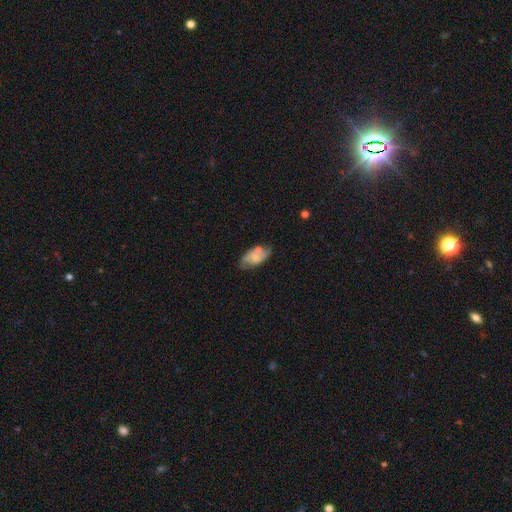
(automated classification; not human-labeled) Q: Smooth or featured?
A: smooth (53%); runner-up: featured or disk (39%)
Q: How rounded?
A: in between (90%); runner-up: cigar-shaped (6%)
Q: Merging?
A: none (55%); runner-up: minor disturbance (25%)